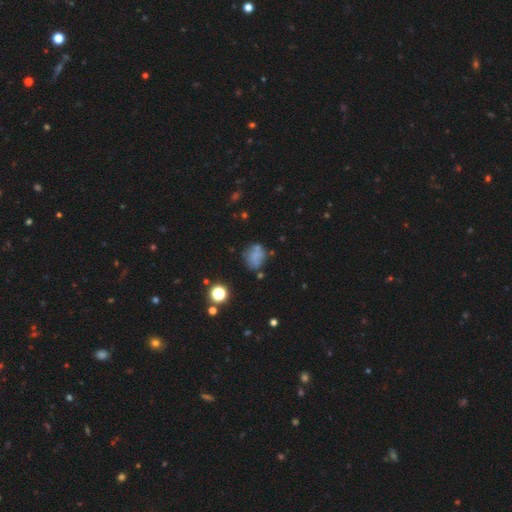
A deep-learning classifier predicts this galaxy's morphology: This is likely a smooth galaxy (63%). How rounded: possibly round (51%). Merging: possibly none (51%).